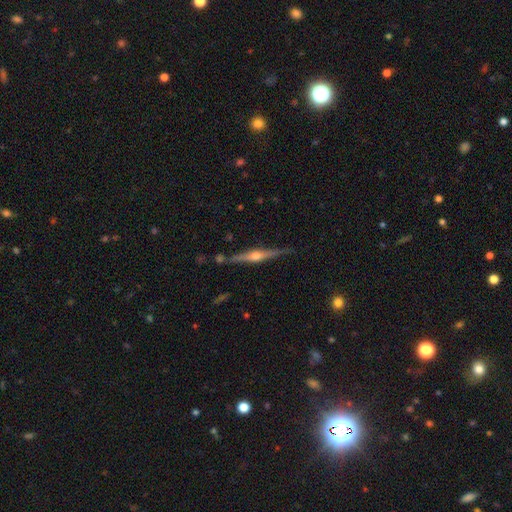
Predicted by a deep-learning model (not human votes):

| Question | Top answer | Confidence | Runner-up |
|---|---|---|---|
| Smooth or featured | featured or disk | 84% | smooth (10%) |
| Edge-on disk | yes | 98% | no (2%) |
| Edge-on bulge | rounded | 91% | boxy (6%) |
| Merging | none | 86% | minor disturbance (10%) |